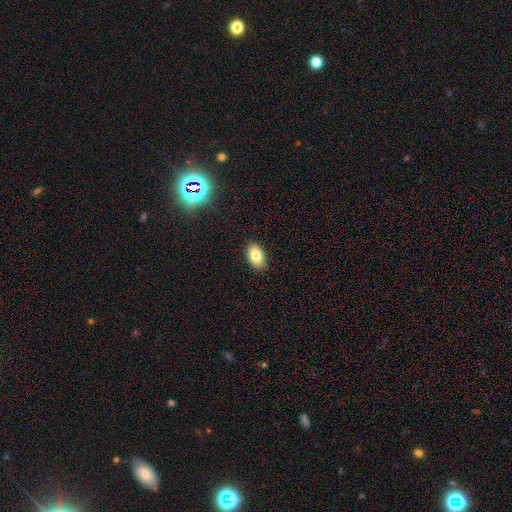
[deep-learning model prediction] smooth-or-featured: smooth: 82% | featured or disk: 9% | star or artifact: 9%
  how-rounded: in between: 91% | round: 7% | cigar-shaped: 2%
  merging: none: 87% | minor disturbance: 10% | major disturbance: 2% | merger: 1%